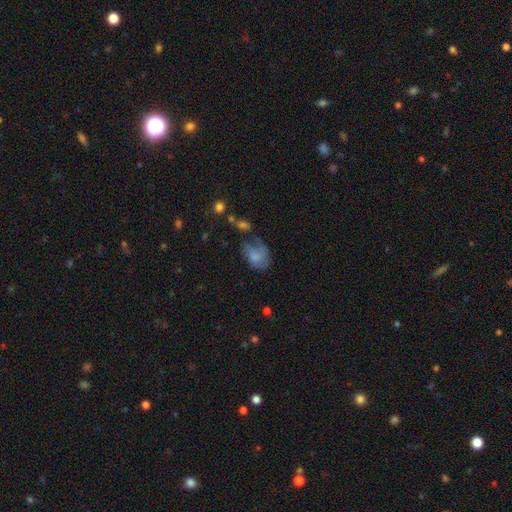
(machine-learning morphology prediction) type=smooth (58%); roundness=in between (74%); merging=major disturbance (37%).